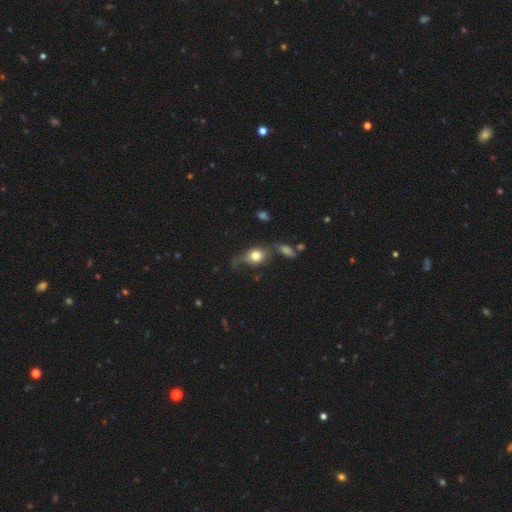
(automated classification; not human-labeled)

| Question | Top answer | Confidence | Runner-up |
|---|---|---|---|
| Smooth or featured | smooth | 69% | featured or disk (22%) |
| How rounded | in between | 53% | round (44%) |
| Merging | none | 39% | minor disturbance (25%) |